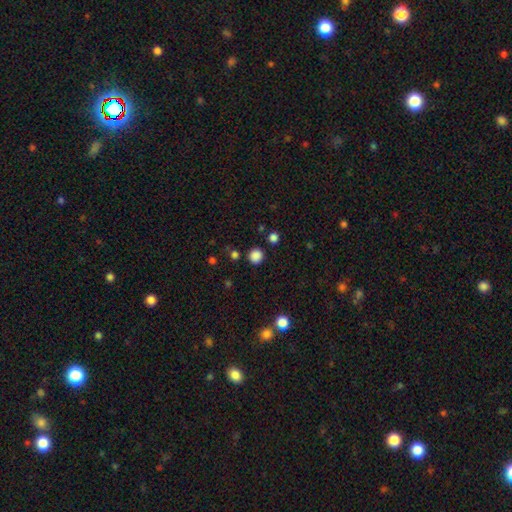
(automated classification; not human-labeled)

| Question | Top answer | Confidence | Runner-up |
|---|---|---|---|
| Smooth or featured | smooth | 84% | star or artifact (13%) |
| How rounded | round | 92% | in between (7%) |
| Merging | none | 88% | minor disturbance (6%) |